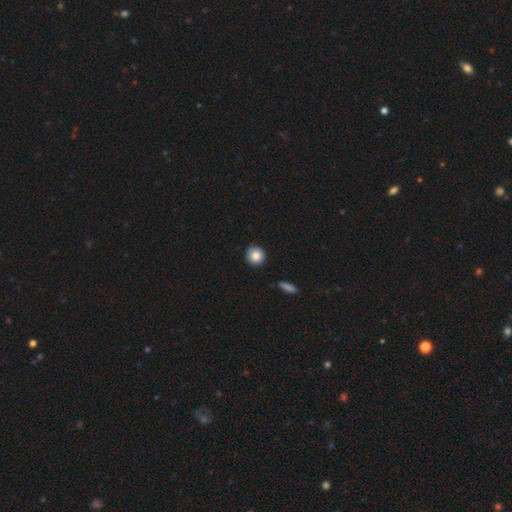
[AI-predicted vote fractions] Overall: smooth (85%). How rounded: round (93%). Merging: none (89%).